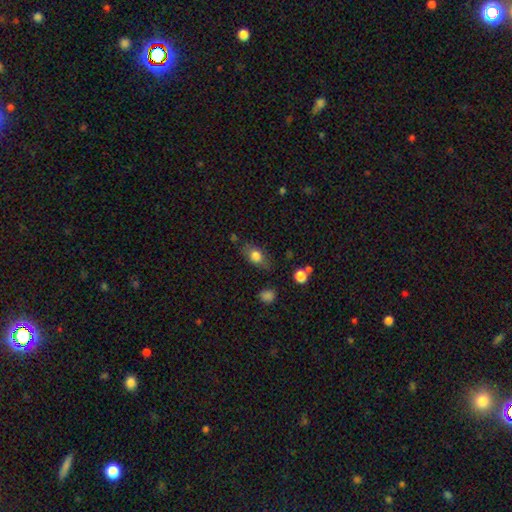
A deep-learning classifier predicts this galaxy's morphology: smooth 77%, featured or disk 14%, star or artifact 9%. Down the decision tree: how rounded — in between (77%); merging — none (73%).